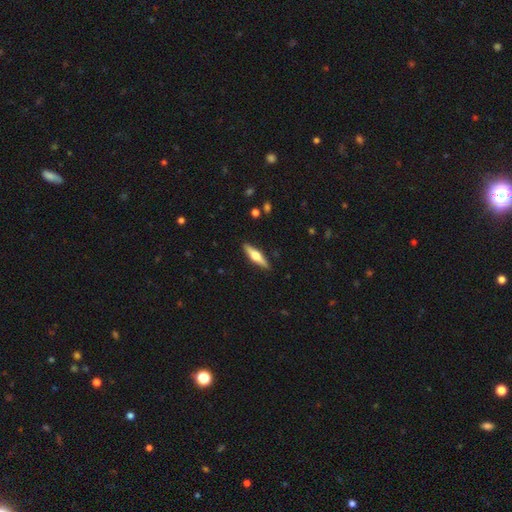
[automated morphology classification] smooth-or-featured: featured or disk: 55% | smooth: 39% | star or artifact: 6%
  disk-edge-on: yes: 95% | no: 5%
    edge-on-bulge: rounded: 92% | boxy: 5% | none: 3%
  merging: none: 90% | minor disturbance: 7% | major disturbance: 2% | merger: 1%